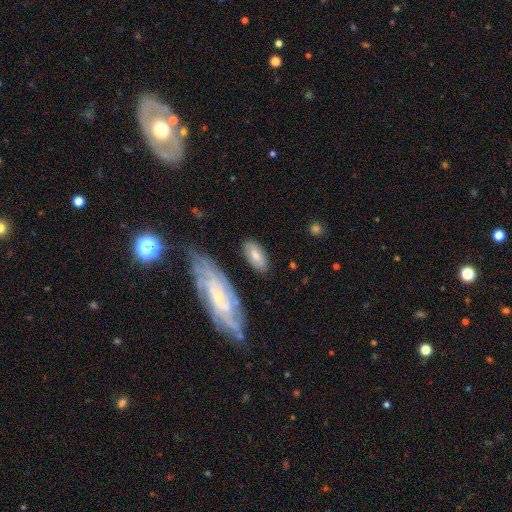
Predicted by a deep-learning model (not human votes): Smooth or featured? smooth (69%)
How rounded? in between (88%)
Merging? none (76%)